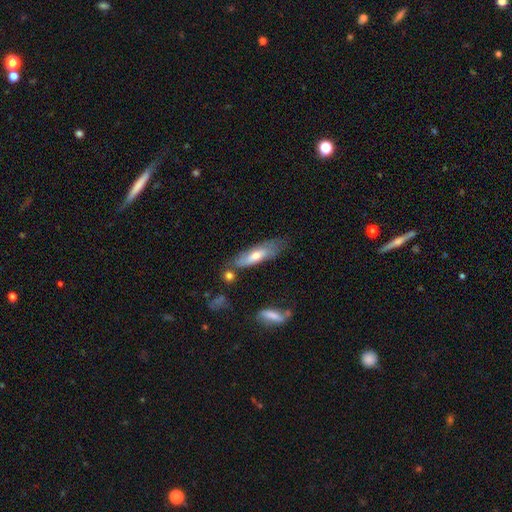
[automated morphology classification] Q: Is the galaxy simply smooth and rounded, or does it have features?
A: smooth — 58%.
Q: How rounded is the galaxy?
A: cigar-shaped — 55%.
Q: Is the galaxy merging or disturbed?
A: none — 61%.